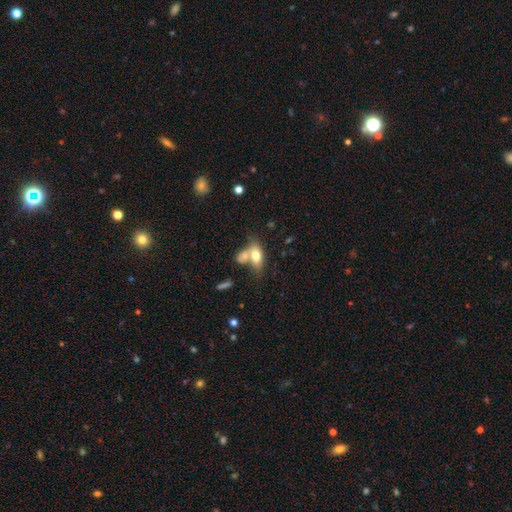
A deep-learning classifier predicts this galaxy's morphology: smooth-or-featured: smooth: 70% | featured or disk: 22% | star or artifact: 8%
  how-rounded: in between: 83% | cigar-shaped: 9% | round: 8%
  merging: merger: 49% | none: 31% | minor disturbance: 13% | major disturbance: 8%